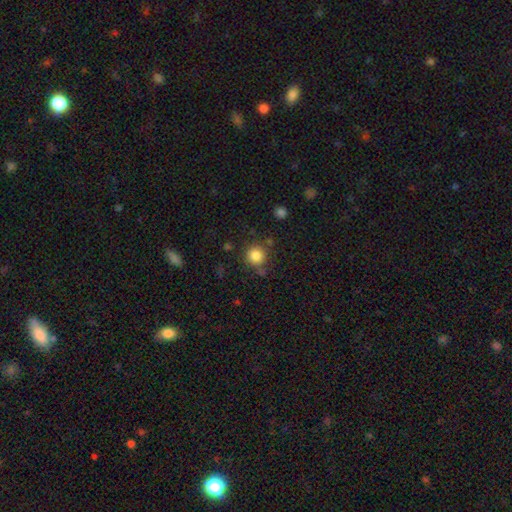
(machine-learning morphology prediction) smooth-or-featured: smooth: 84% | star or artifact: 11% | featured or disk: 5%
  how-rounded: round: 93% | in between: 6% | cigar-shaped: 1%
  merging: none: 78% | minor disturbance: 12% | merger: 6% | major disturbance: 4%